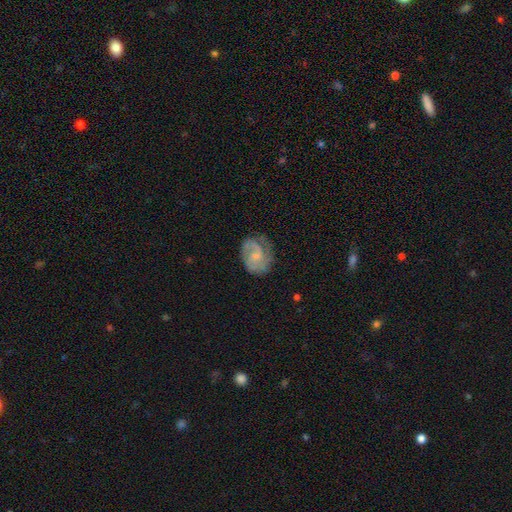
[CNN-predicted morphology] Smooth or featured?
  - featured or disk: 65% *
  - smooth: 28%
  - star or artifact: 7%
Edge-on disk?
  - no: 98% *
  - yes: 2%
Bar?
  - no: 57% *
  - weak: 38%
  - strong: 5%
Spiral arms?
  - yes: 89% *
  - no: 11%
Spiral winding?
  - medium: 43% *
  - tight: 38%
  - loose: 19%
Spiral arm count?
  - 2: 57% *
  - can't tell: 18%
  - 1: 14%
  - 3: 7%
  - 4: 2%
  - more than 4: 2%
Bulge size?
  - small: 49% *
  - moderate: 24%
  - none: 23%
  - large: 2%
  - dominant: 1%
Merging?
  - none: 64% *
  - minor disturbance: 23%
  - major disturbance: 12%
  - merger: 1%